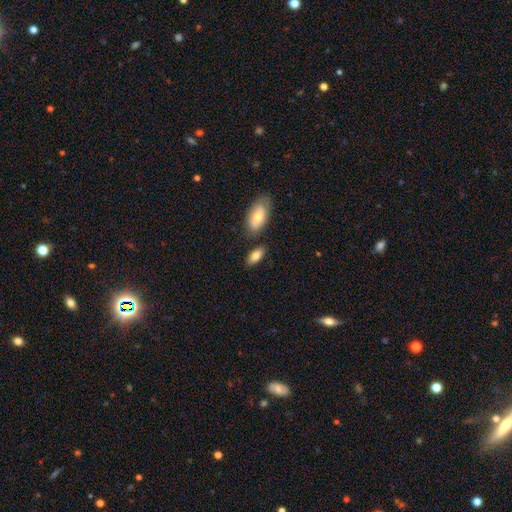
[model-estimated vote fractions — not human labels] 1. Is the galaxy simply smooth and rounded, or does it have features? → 80% smooth, 14% featured or disk, 7% star or artifact.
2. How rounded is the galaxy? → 89% in between, 8% cigar-shaped, 3% round.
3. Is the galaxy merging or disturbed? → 74% none, 12% minor disturbance, 11% merger, 3% major disturbance.